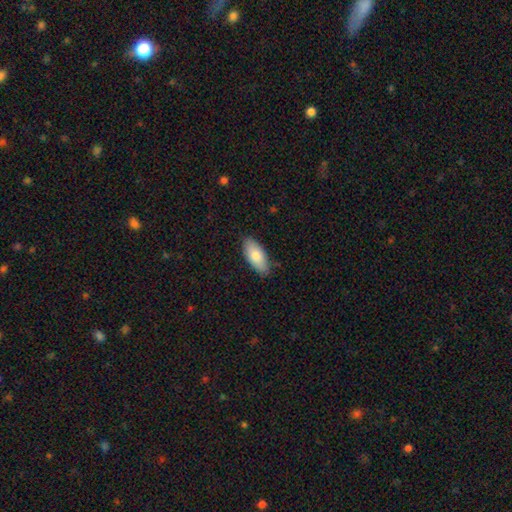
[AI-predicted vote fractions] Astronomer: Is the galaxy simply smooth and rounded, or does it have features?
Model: smooth — 79%.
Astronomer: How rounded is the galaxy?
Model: in between — 88%.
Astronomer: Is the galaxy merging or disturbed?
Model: none — 83%.